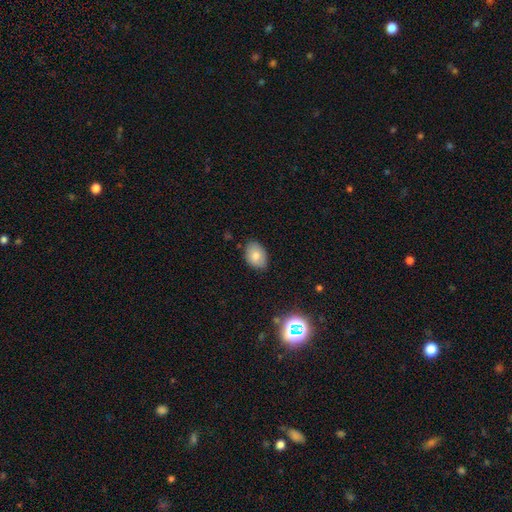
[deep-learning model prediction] smooth_or_featured: smooth (p=0.80) [alt: featured or disk p=0.11]
how_rounded: in between (p=0.78) [alt: round p=0.21]
merging: none (p=0.80) [alt: minor disturbance p=0.16]